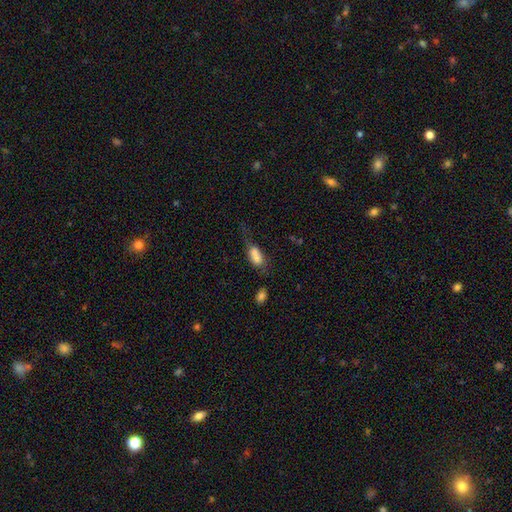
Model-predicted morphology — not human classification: Smooth or featured? smooth (72%)
How rounded? in between (78%)
Merging? merger (33%)